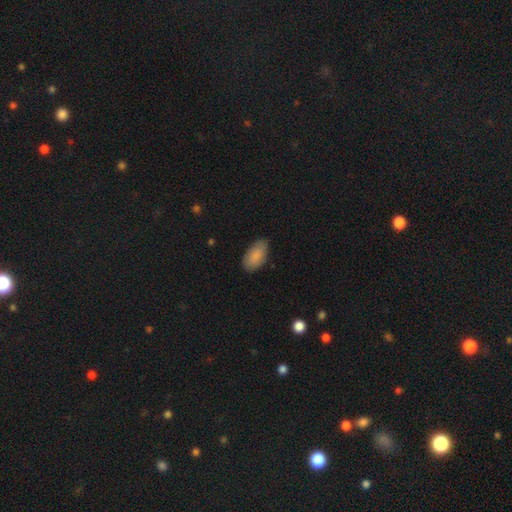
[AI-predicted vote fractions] smooth 87%, featured or disk 7%, star or artifact 6%. Down the decision tree: how rounded — in between (94%); merging — none (79%).